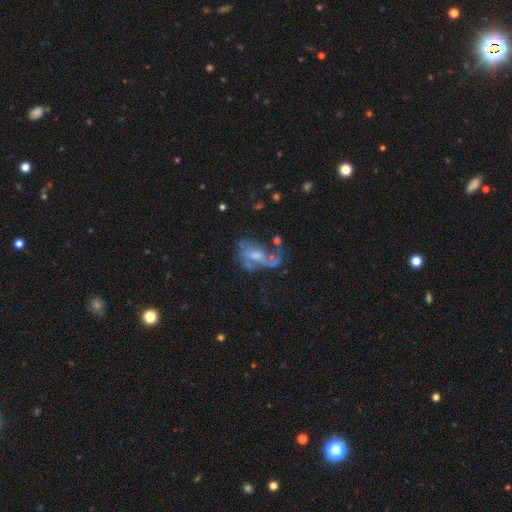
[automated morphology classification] featured or disk 64%, smooth 24%, star or artifact 12%. Down the decision tree: edge-on disk — no (96%); bar — no (58%); spiral arms — yes (53%); bulge size — moderate (42%); merging — major disturbance (41%).